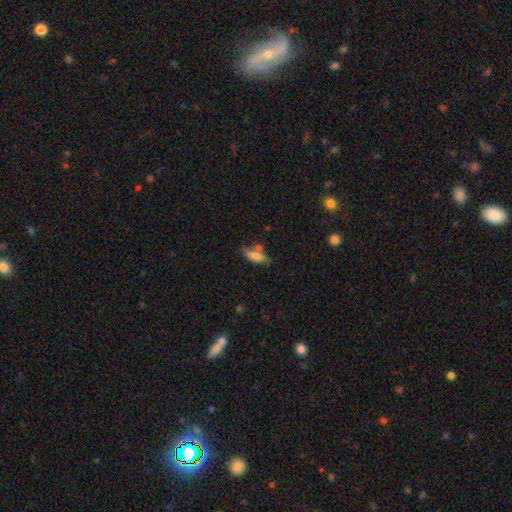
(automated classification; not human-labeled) This is likely a smooth galaxy (67%). How rounded: possibly in between (50%). Merging: possibly none (53%).